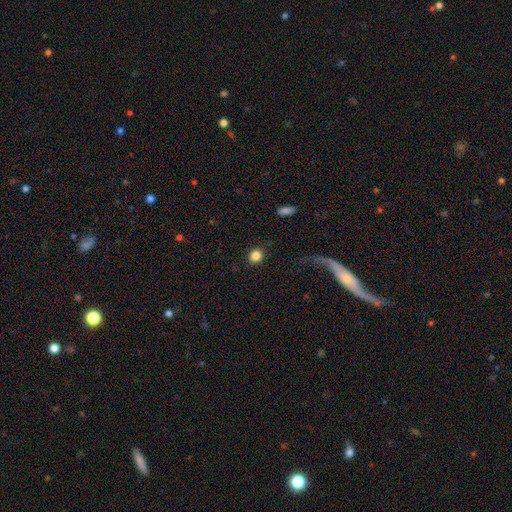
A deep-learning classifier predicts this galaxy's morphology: Smooth or featured: smooth — 84% (star or artifact — 10%)
How rounded: round — 79% (in between — 20%)
Merging: none — 89% (minor disturbance — 7%)